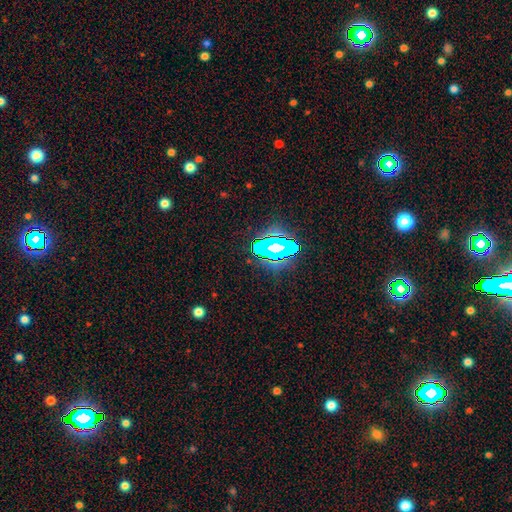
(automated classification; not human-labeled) Smooth or featured?
  - star or artifact: 81% *
  - smooth: 11%
  - featured or disk: 8%